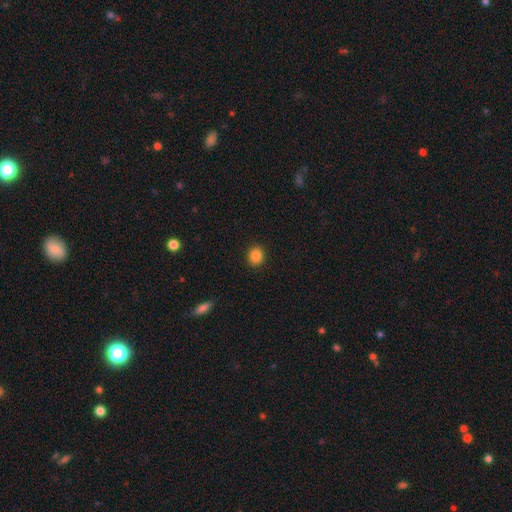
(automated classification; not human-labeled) smooth_or_featured: smooth (p=0.86) [alt: star or artifact p=0.10]
how_rounded: round (p=0.74) [alt: in between p=0.25]
merging: none (p=0.91) [alt: minor disturbance p=0.06]